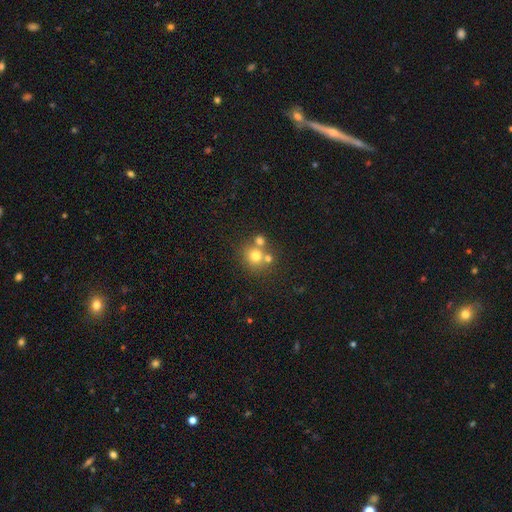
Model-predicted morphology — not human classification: A smooth galaxy with no disk features (71%) that is round (86%).

Vote fractions:
- Smooth or featured? smooth: 71% / star or artifact: 16% / featured or disk: 14%
- How rounded? round: 86% / in between: 13% / cigar-shaped: 1%
- Merging? none: 57% / merger: 31% / minor disturbance: 8% / major disturbance: 4%